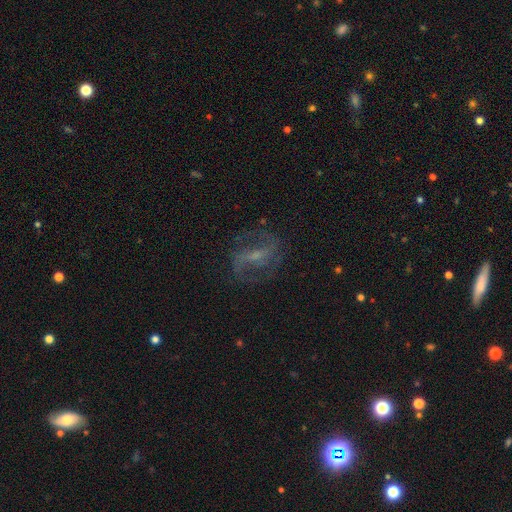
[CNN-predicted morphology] Q: Smooth or featured?
A: featured or disk (77%); runner-up: smooth (12%)
Q: Edge-on disk?
A: no (94%); runner-up: yes (6%)
Q: Bar?
A: weak (47%); runner-up: strong (33%)
Q: Spiral arms?
A: yes (91%); runner-up: no (9%)
Q: Spiral winding?
A: medium (45%); runner-up: loose (39%)
Q: Spiral arm count?
A: 2 (84%); runner-up: can't tell (8%)
Q: Bulge size?
A: small (56%); runner-up: moderate (24%)
Q: Merging?
A: none (75%); runner-up: minor disturbance (14%)